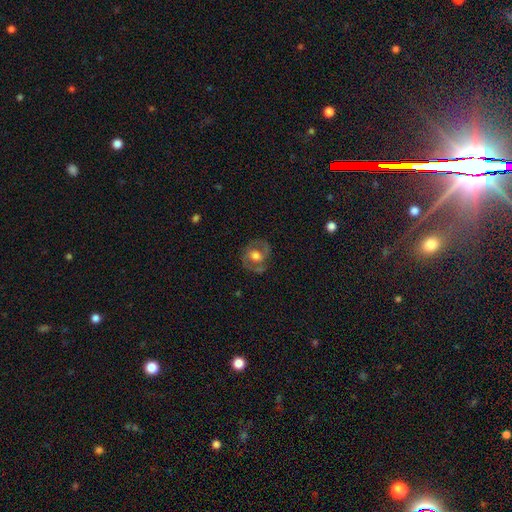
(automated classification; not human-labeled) Smooth or featured: featured or disk — 67% (smooth — 26%)
Edge-on disk: no — 96% (yes — 4%)
Bar: no — 60% (weak — 31%)
Spiral arms: yes — 75% (no — 25%)
Bulge size: moderate — 51% (large — 36%)
Merging: none — 75% (minor disturbance — 15%)